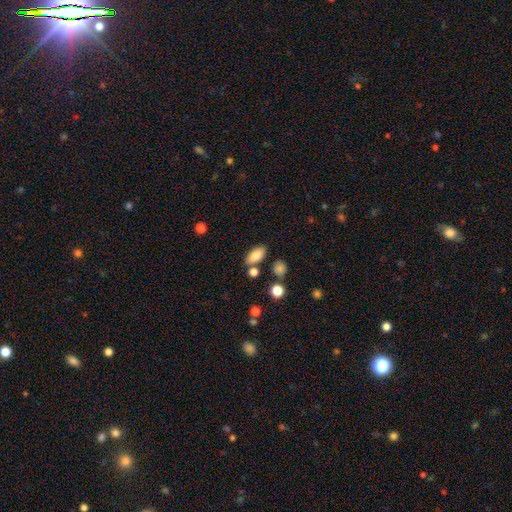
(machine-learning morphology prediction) Smooth or featured? smooth (82%)
How rounded? in between (87%)
Merging? none (75%)